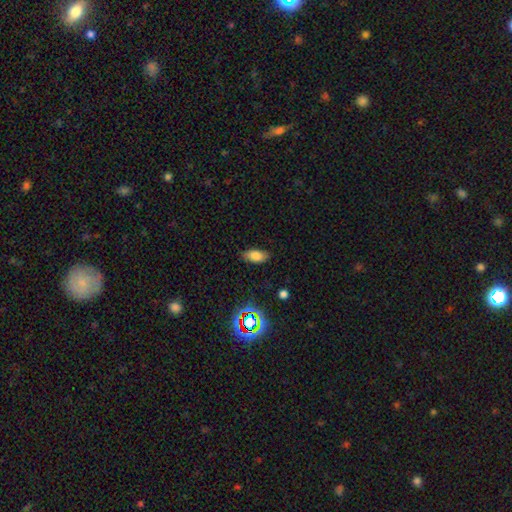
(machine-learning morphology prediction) Q: Smooth or featured?
A: smooth (78%); runner-up: star or artifact (12%)
Q: How rounded?
A: in between (90%); runner-up: cigar-shaped (7%)
Q: Merging?
A: none (83%); runner-up: minor disturbance (13%)